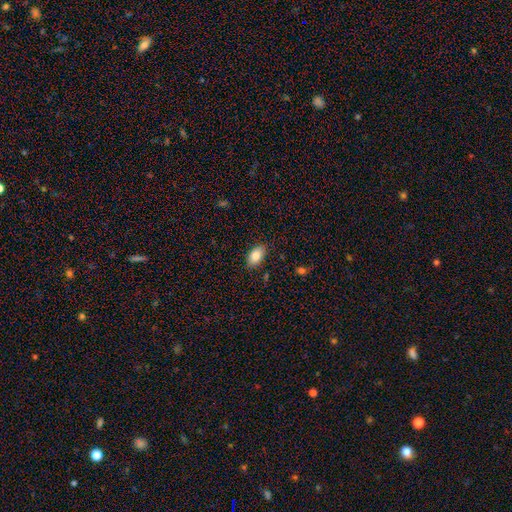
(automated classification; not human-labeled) Overall: smooth (84%). How rounded: in between (92%). Merging: none (85%).